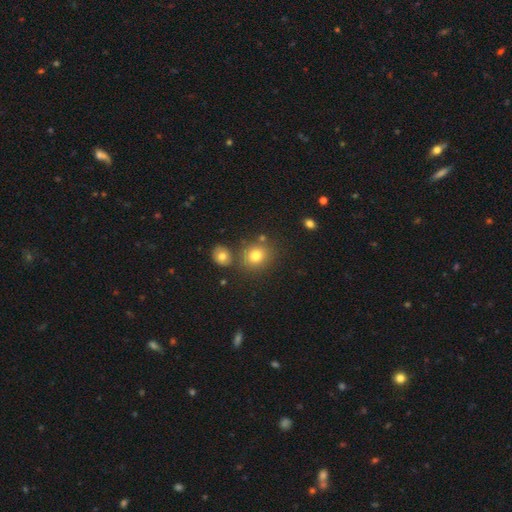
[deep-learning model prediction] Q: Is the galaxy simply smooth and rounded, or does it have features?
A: smooth — 77%.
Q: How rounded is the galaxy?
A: round — 79%.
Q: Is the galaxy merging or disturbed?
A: none — 74%.